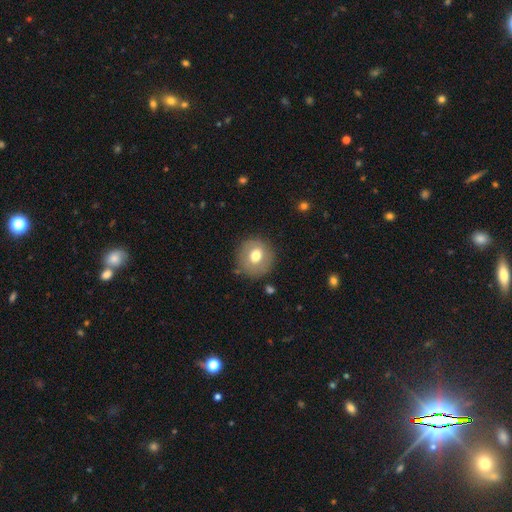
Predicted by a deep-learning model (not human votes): Q: Smooth or featured?
A: smooth (69%); runner-up: featured or disk (23%)
Q: How rounded?
A: round (90%); runner-up: in between (9%)
Q: Merging?
A: none (84%); runner-up: minor disturbance (11%)